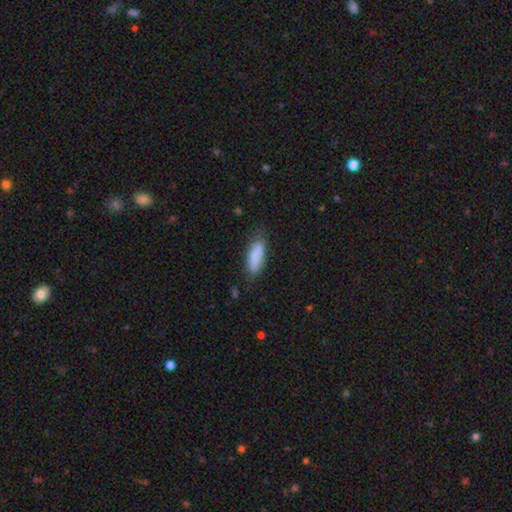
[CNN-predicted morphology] Smooth or featured?
  - smooth: 85% *
  - featured or disk: 8%
  - star or artifact: 7%
How rounded?
  - in between: 70% *
  - cigar-shaped: 28%
  - round: 2%
Merging?
  - none: 71% *
  - minor disturbance: 21%
  - major disturbance: 5%
  - merger: 2%